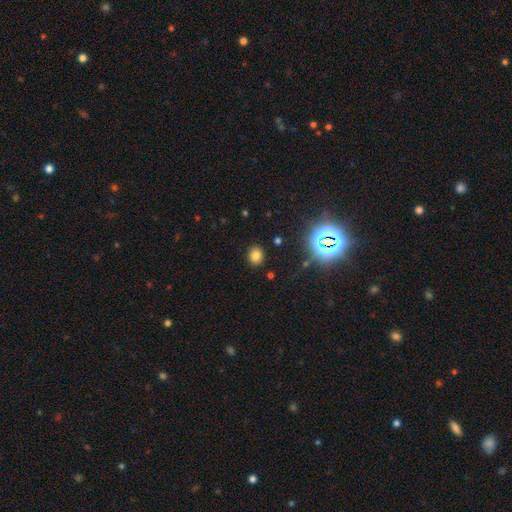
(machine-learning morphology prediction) This is likely a smooth galaxy (72%). How rounded: likely round (60%). Merging: clearly none (88%).